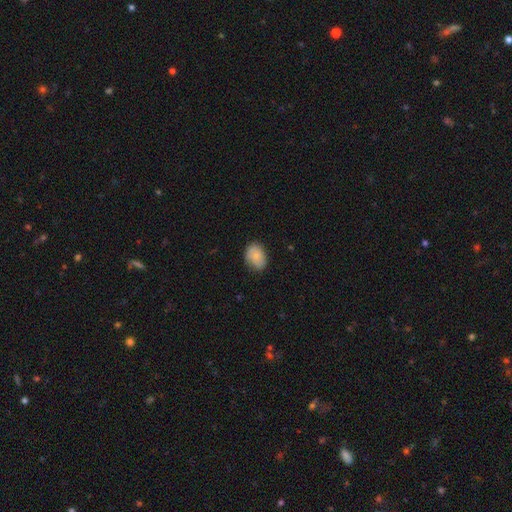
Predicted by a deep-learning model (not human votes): smooth-or-featured: smooth: 83% | featured or disk: 10% | star or artifact: 7%
  how-rounded: in between: 76% | round: 23% | cigar-shaped: 1%
  merging: none: 76% | minor disturbance: 19% | major disturbance: 4% | merger: 1%